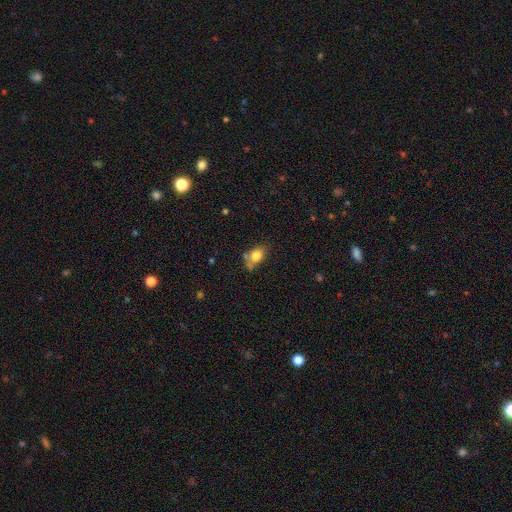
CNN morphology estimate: smooth-or-featured: smooth: 78% | featured or disk: 12% | star or artifact: 10%
  how-rounded: in between: 73% | round: 24% | cigar-shaped: 3%
  merging: none: 53% | minor disturbance: 25% | merger: 14% | major disturbance: 8%